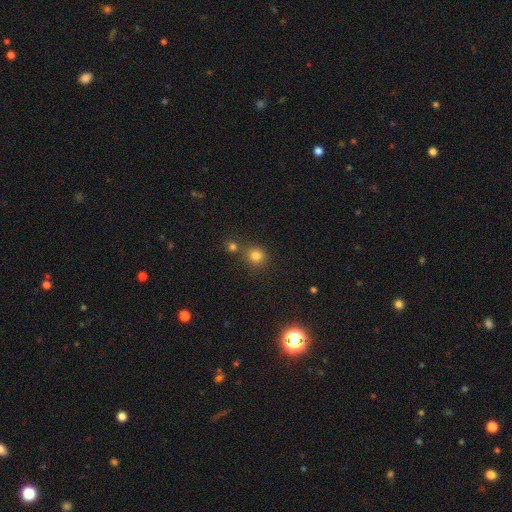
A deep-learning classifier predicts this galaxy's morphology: smooth-or-featured: smooth: 79% | star or artifact: 15% | featured or disk: 6%
  how-rounded: round: 89% | in between: 10% | cigar-shaped: 1%
  merging: none: 68% | merger: 21% | minor disturbance: 8% | major disturbance: 3%